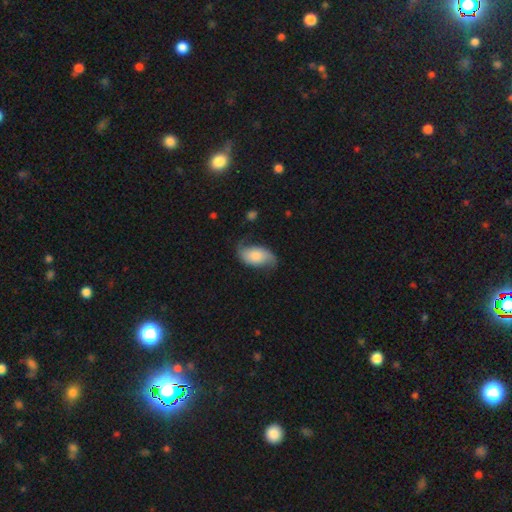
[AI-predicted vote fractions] smooth-or-featured: featured or disk: 49% | smooth: 44% | star or artifact: 8%
  merging: none: 62% | minor disturbance: 25% | major disturbance: 11% | merger: 2%